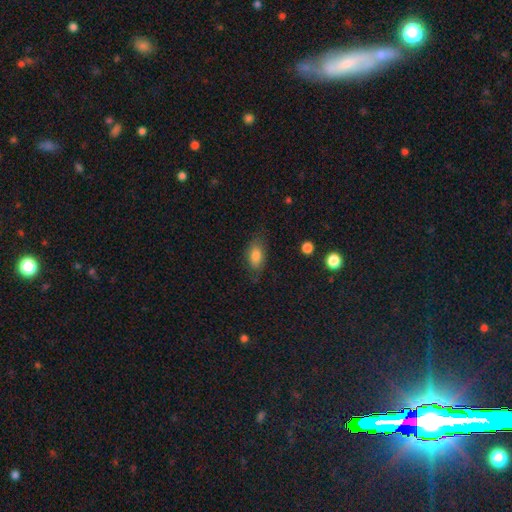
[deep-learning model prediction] The model was most divided on "merging": none: 74%, minor disturbance: 19%, major disturbance: 6%, merger: 2%. More confident: how rounded — in between (88%); smooth or featured — smooth (80%).